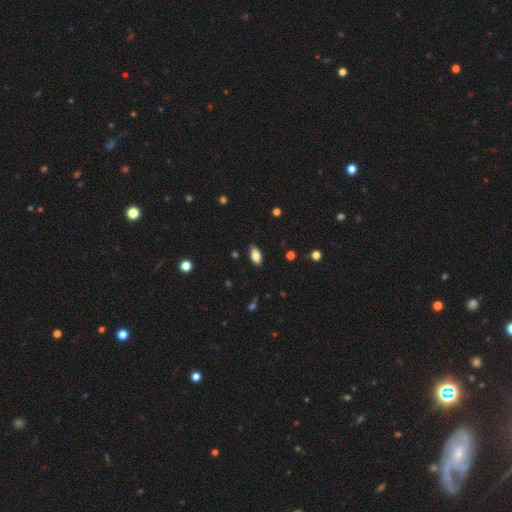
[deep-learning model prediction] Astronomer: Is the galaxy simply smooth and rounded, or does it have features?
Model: smooth — 82%.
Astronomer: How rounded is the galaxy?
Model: in between — 91%.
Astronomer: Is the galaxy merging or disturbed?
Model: none — 85%.